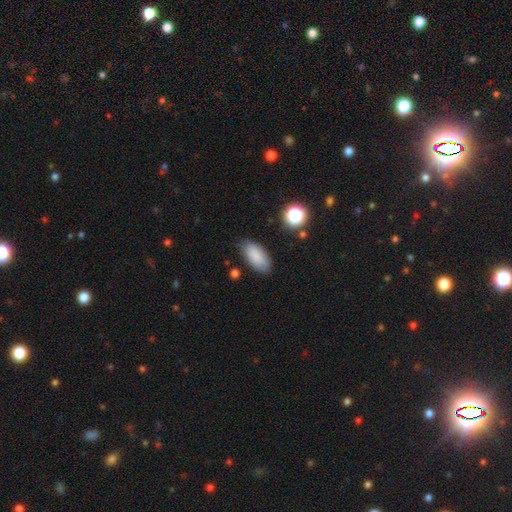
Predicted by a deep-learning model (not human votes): The model was most divided on "merging": none: 82%, minor disturbance: 13%, major disturbance: 3%, merger: 2%. More confident: how rounded — in between (91%); smooth or featured — smooth (86%).